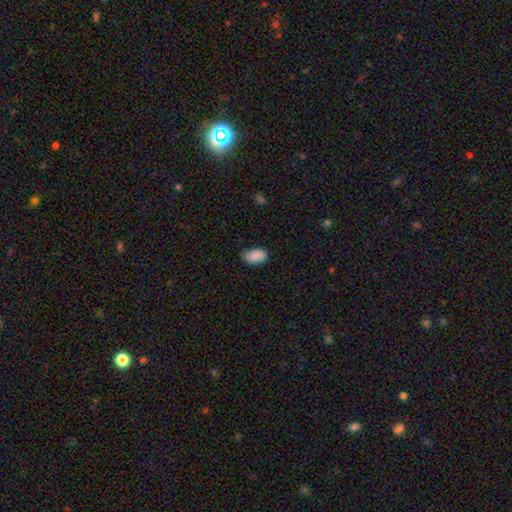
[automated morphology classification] Smooth or featured?
  - smooth: 89% *
  - star or artifact: 7%
  - featured or disk: 4%
How rounded?
  - in between: 94% *
  - round: 5%
  - cigar-shaped: 2%
Merging?
  - none: 80% *
  - minor disturbance: 16%
  - major disturbance: 3%
  - merger: 1%